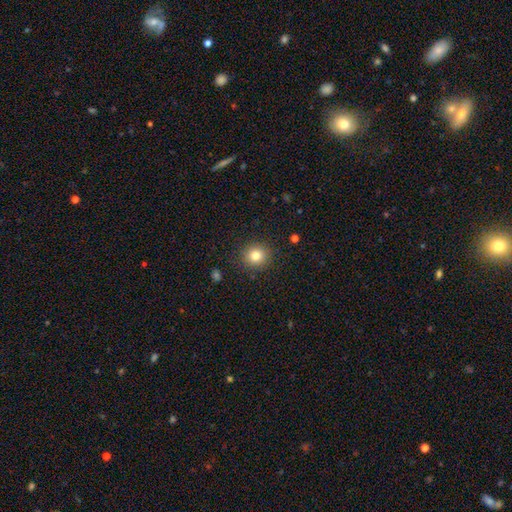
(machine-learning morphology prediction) Overall: smooth (81%). How rounded: round (88%). Merging: none (89%).